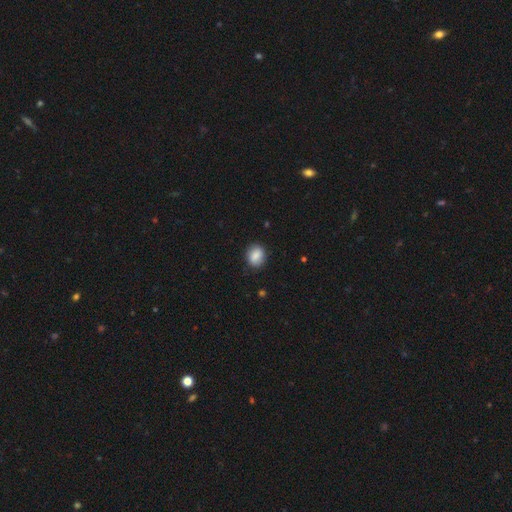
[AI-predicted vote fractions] Smooth or featured? Predicted: smooth (p=0.85). How rounded? Predicted: round (p=0.57). Merging? Predicted: none (p=0.85).